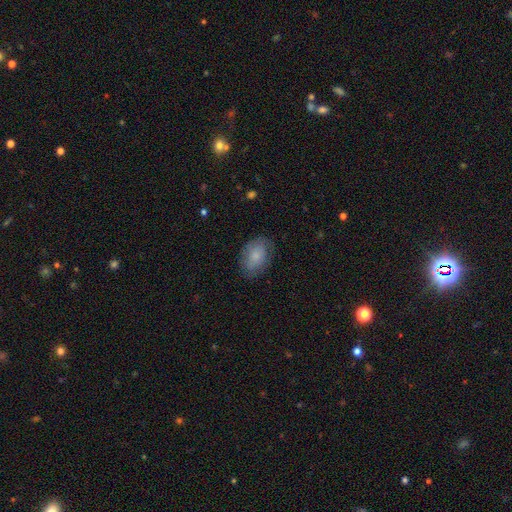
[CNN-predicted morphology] Q: Smooth or featured?
A: smooth (75%); runner-up: featured or disk (18%)
Q: How rounded?
A: in between (83%); runner-up: round (16%)
Q: Merging?
A: none (77%); runner-up: minor disturbance (17%)